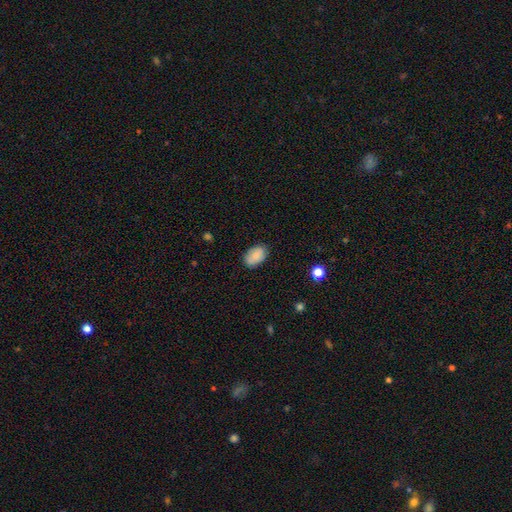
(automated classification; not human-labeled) Smooth or featured?
  - smooth: 80% *
  - featured or disk: 13%
  - star or artifact: 7%
How rounded?
  - in between: 89% *
  - round: 9%
  - cigar-shaped: 1%
Merging?
  - none: 79% *
  - minor disturbance: 16%
  - major disturbance: 3%
  - merger: 1%